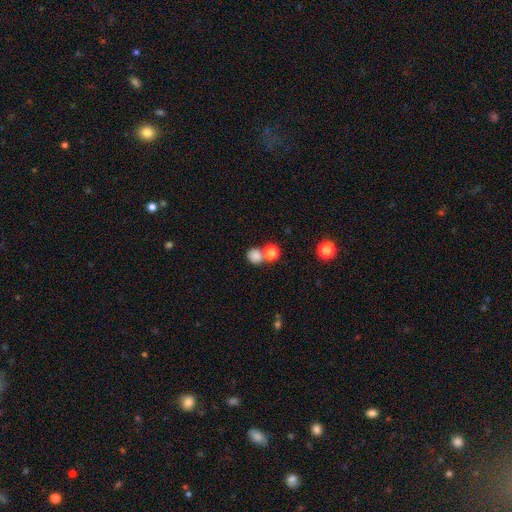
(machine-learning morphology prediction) Overall: smooth (81%). How rounded: round (80%). Merging: none (52%; merger 35%).